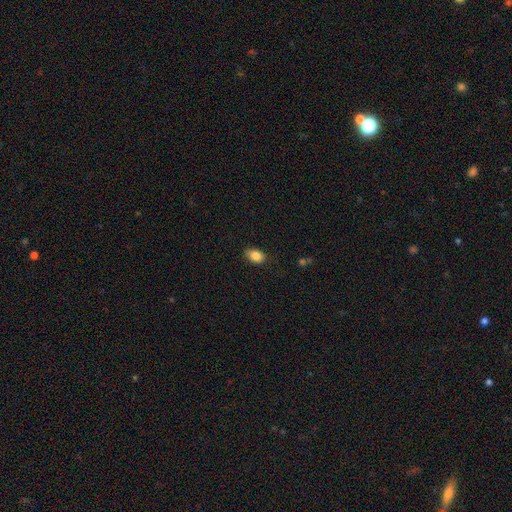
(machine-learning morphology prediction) Overall: smooth (86%). How rounded: in between (84%). Merging: none (83%).